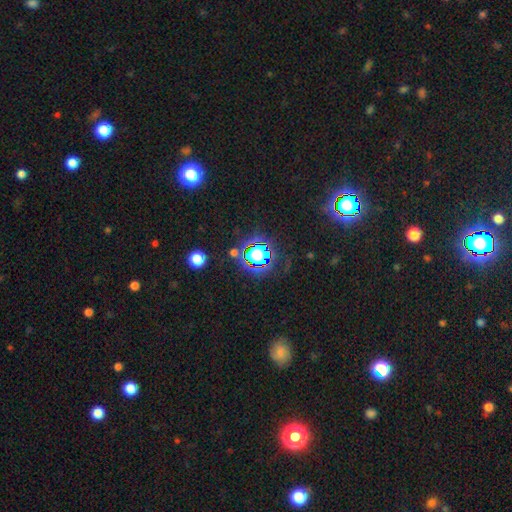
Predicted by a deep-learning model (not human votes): Smooth or featured? star or artifact (80%)